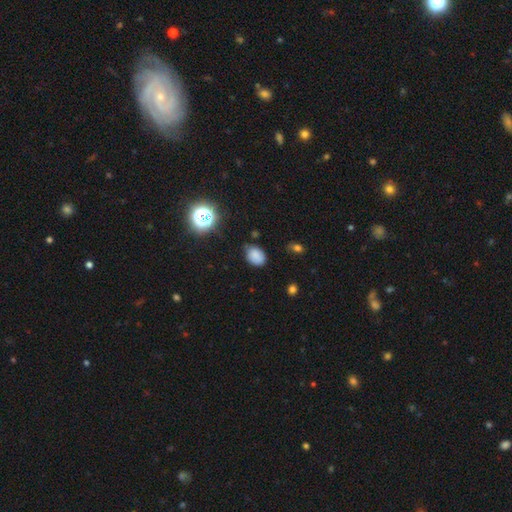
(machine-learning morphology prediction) The model was most divided on "how rounded": in between: 73%, round: 26%, cigar-shaped: 1%. More confident: smooth or featured — smooth (81%); merging — none (73%).